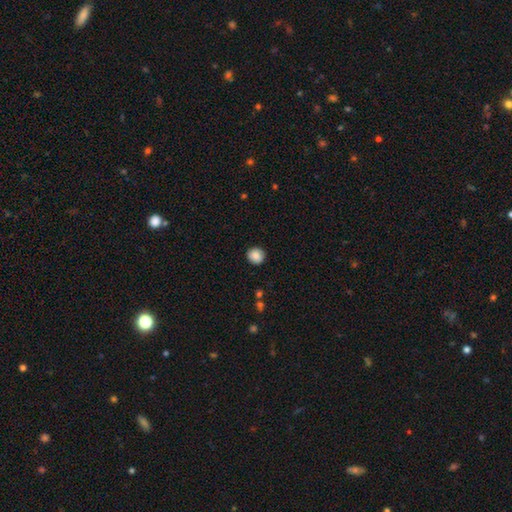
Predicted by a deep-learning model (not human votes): This appears to be a smooth galaxy with no disk features (86%) that is round (87%). Merging: none (90%).